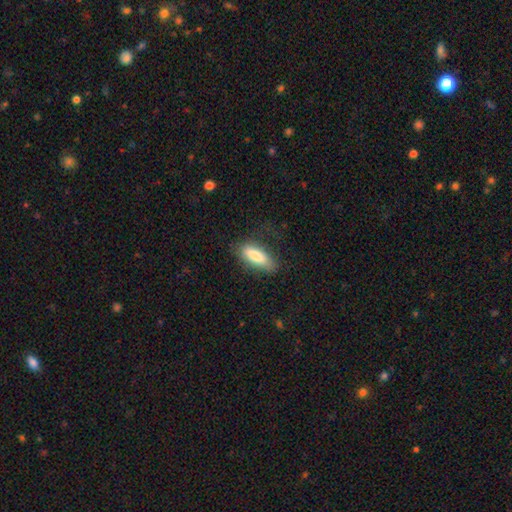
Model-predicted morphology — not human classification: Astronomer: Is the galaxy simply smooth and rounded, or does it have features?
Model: smooth — 80%.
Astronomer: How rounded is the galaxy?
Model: in between — 65%.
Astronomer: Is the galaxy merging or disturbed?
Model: none — 69%.